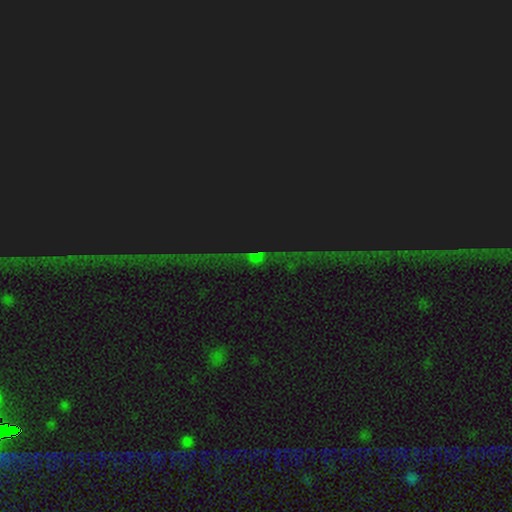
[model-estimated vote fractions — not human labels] smooth_or_featured: star or artifact (p=0.68) [alt: featured or disk p=0.17]